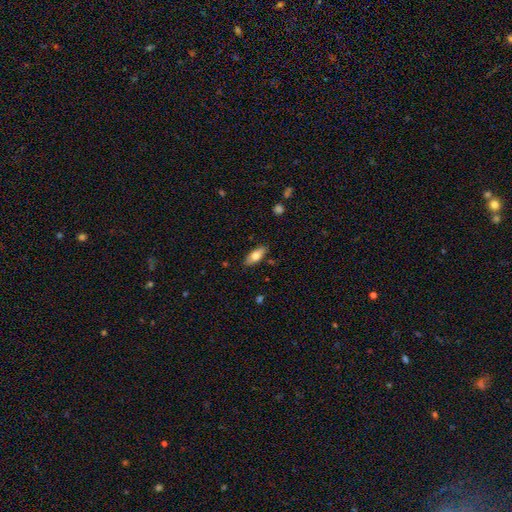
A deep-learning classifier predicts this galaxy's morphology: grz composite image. It shows a smooth galaxy with no disk features (71%) that is in between round and cigar-shaped (77%). Merging: none (85%).